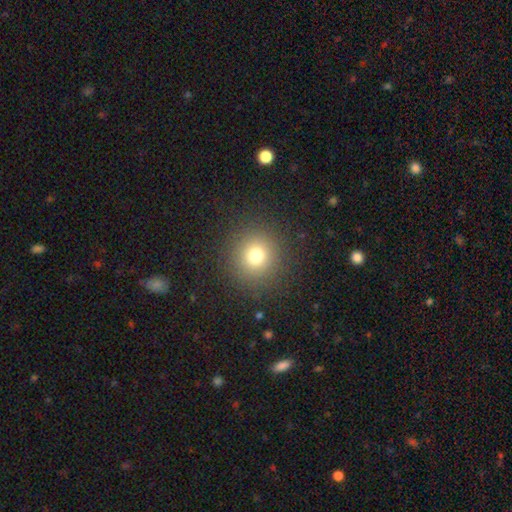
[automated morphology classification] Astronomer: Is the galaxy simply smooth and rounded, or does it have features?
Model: smooth — 75%.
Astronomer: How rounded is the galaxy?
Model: round — 93%.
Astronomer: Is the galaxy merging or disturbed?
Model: none — 89%.